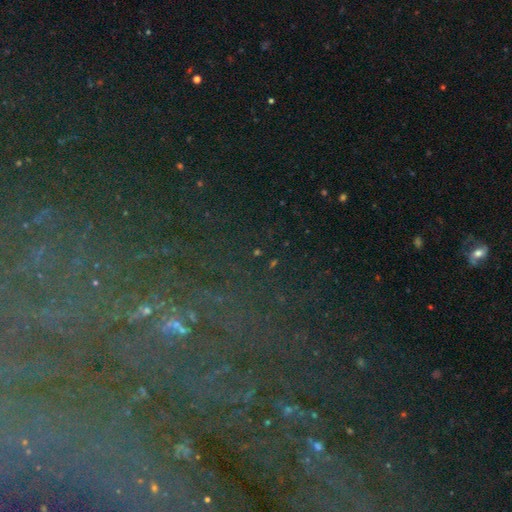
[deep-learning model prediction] The model was most divided on "smooth or featured": star or artifact: 68%, featured or disk: 20%, smooth: 12%.